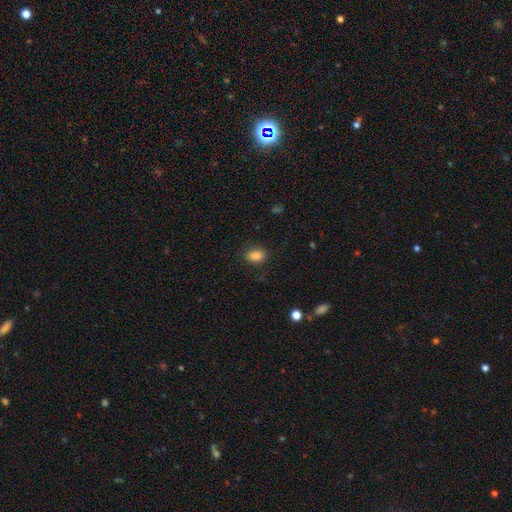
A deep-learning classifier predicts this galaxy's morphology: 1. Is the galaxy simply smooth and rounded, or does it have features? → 86% smooth, 9% star or artifact, 4% featured or disk.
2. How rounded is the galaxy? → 78% in between, 20% round, 2% cigar-shaped.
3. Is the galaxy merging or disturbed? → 83% none, 13% minor disturbance, 4% major disturbance, 1% merger.